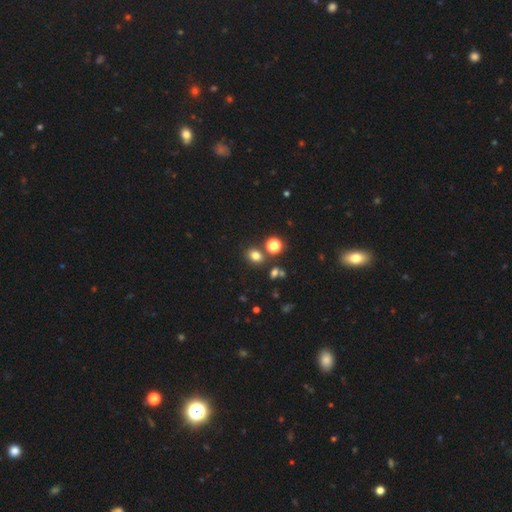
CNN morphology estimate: The model was most divided on "how rounded": round: 62%, in between: 37%, cigar-shaped: 1%. More confident: smooth or featured — smooth (76%); merging — none (76%).